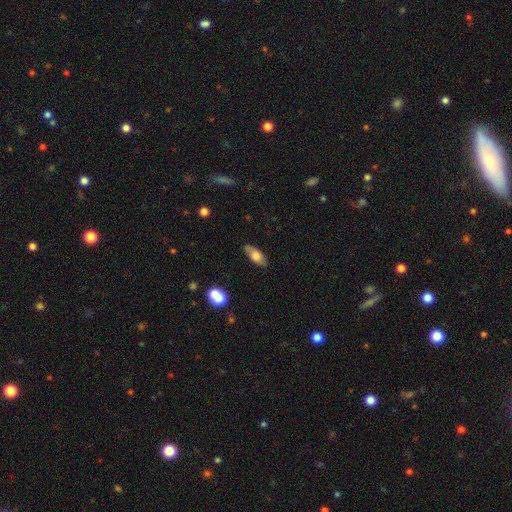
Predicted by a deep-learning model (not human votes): Overall: smooth (67%). How rounded: in between (82%). Merging: none (79%).